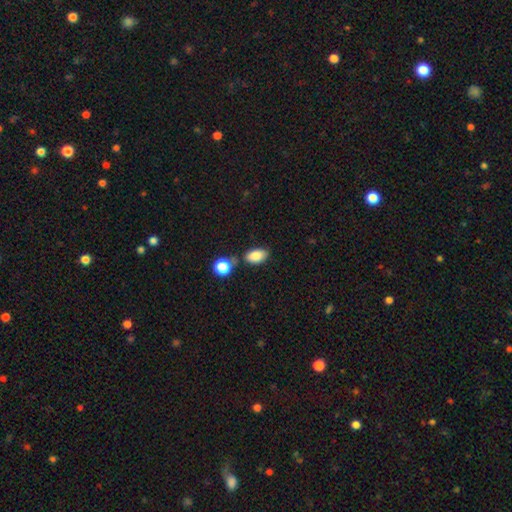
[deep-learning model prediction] A smooth galaxy with no disk features (85%) that is in between round and cigar-shaped (89%).

Vote fractions:
- Smooth or featured? smooth: 85% / star or artifact: 9% / featured or disk: 6%
- How rounded? in between: 89% / round: 8% / cigar-shaped: 2%
- Merging? none: 67% / minor disturbance: 17% / merger: 12% / major disturbance: 4%